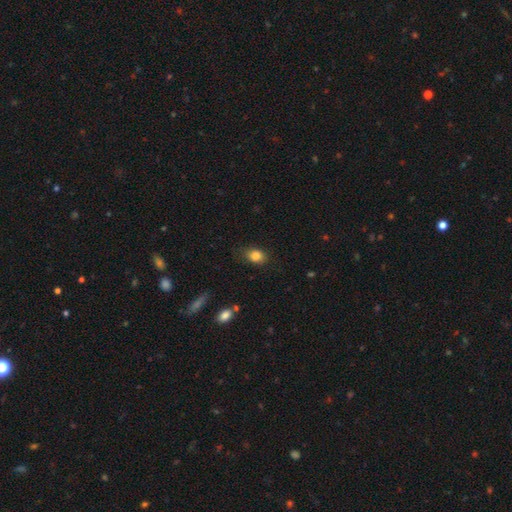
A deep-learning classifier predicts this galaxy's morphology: Smooth or featured? Predicted: smooth (p=0.86). How rounded? Predicted: in between (p=0.64). Merging? Predicted: none (p=0.76).